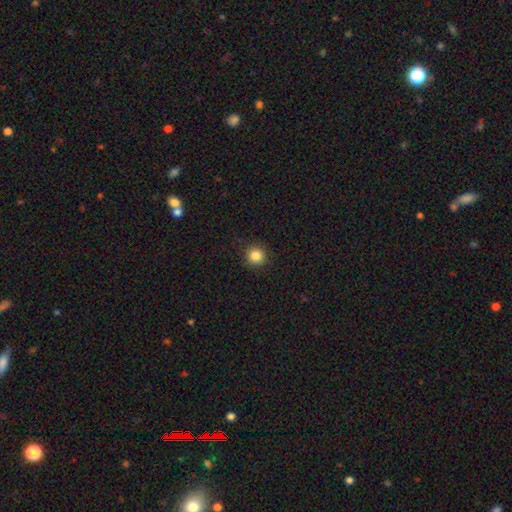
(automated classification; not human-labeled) smooth-or-featured: smooth: 85% | star or artifact: 11% | featured or disk: 4%
  how-rounded: round: 94% | in between: 5% | cigar-shaped: 1%
  merging: none: 91% | minor disturbance: 6% | major disturbance: 2% | merger: 1%